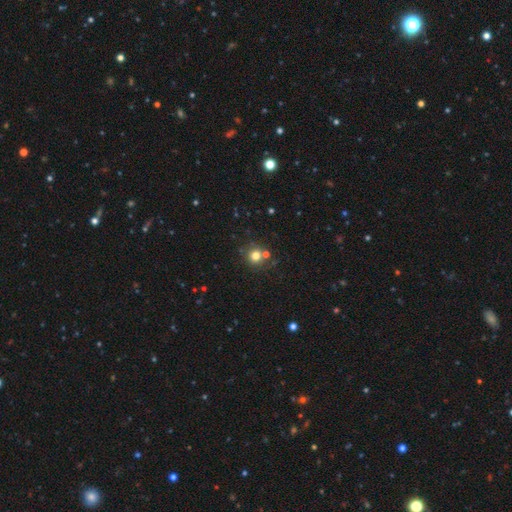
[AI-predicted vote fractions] smooth-or-featured: smooth: 75% | star or artifact: 16% | featured or disk: 9%
  how-rounded: round: 91% | in between: 8% | cigar-shaped: 1%
  merging: none: 69% | merger: 18% | minor disturbance: 9% | major disturbance: 4%